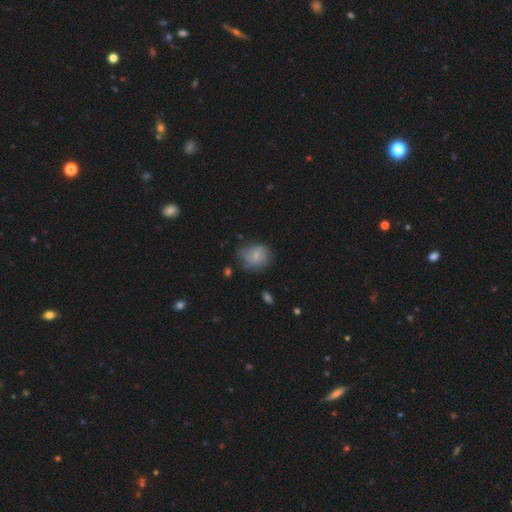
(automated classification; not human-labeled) Smooth or featured? smooth (59%)
How rounded? round (62%)
Merging? none (55%)